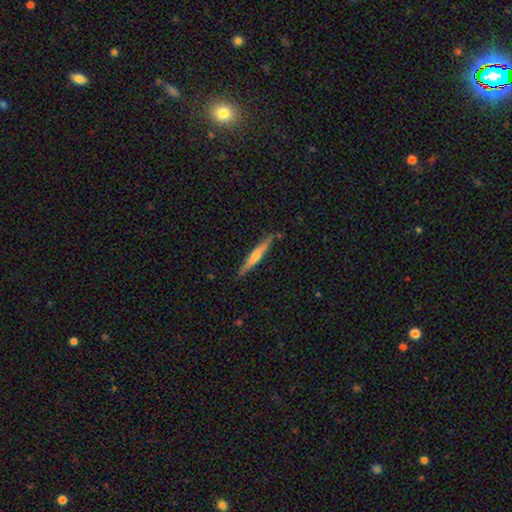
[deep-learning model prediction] Smooth or featured? Predicted: featured or disk (p=0.60). Edge-on disk? Predicted: yes (p=0.97). Edge-on bulge? Predicted: rounded (p=0.70). Merging? Predicted: none (p=0.87).